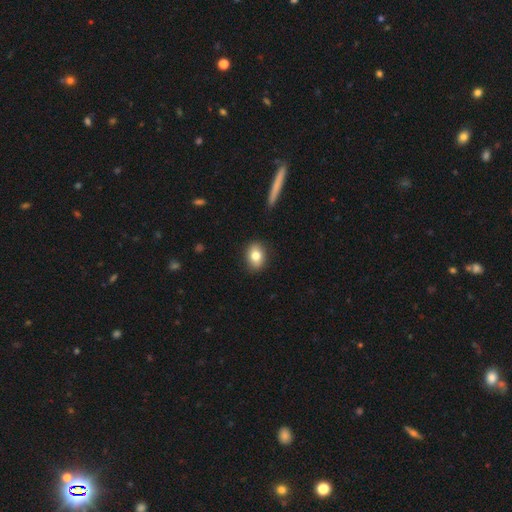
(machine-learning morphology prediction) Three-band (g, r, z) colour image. It shows a smooth galaxy with no disk features (80%) that is in between round and cigar-shaped (64%). Merging: none (88%).